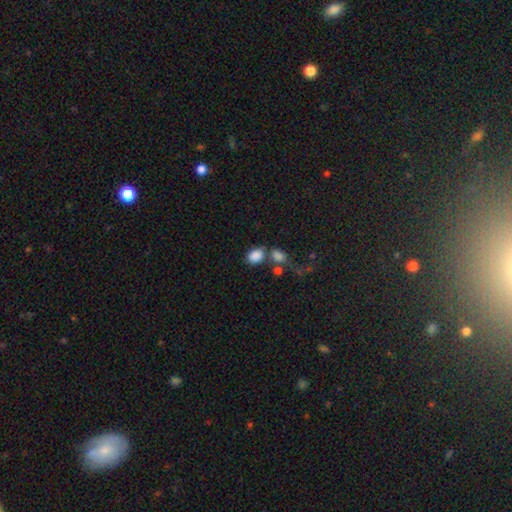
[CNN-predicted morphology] Q: Smooth or featured?
A: smooth (85%); runner-up: star or artifact (9%)
Q: How rounded?
A: in between (74%); runner-up: round (25%)
Q: Merging?
A: none (46%); runner-up: merger (32%)